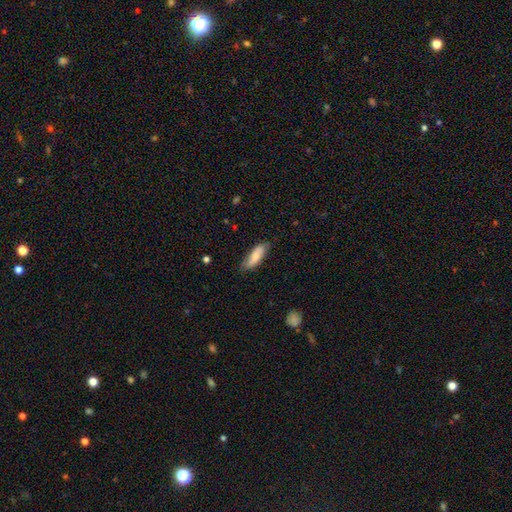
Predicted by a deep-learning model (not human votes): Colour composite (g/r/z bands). It shows a smooth galaxy with no disk features (70%) that is in between round and cigar-shaped (61%). Merging: none (73%).